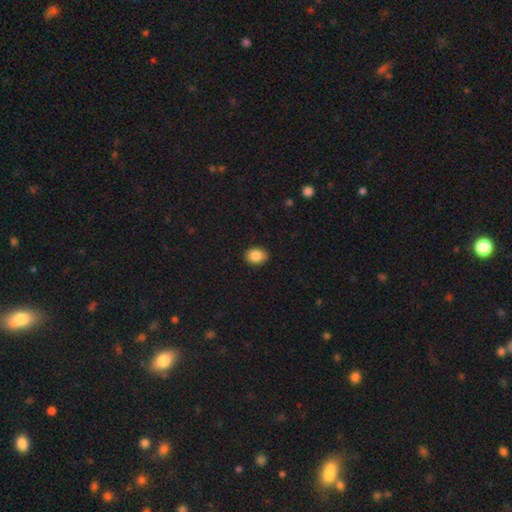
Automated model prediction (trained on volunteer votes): Smooth or featured: smooth — 87% (star or artifact — 8%)
How rounded: in between — 61% (round — 38%)
Merging: none — 88% (minor disturbance — 9%)